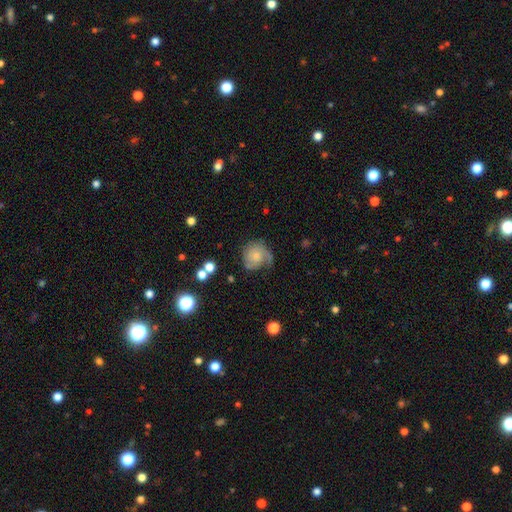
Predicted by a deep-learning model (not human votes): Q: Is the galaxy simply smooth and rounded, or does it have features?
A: featured or disk — 46%.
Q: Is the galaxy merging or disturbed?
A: none — 47%.